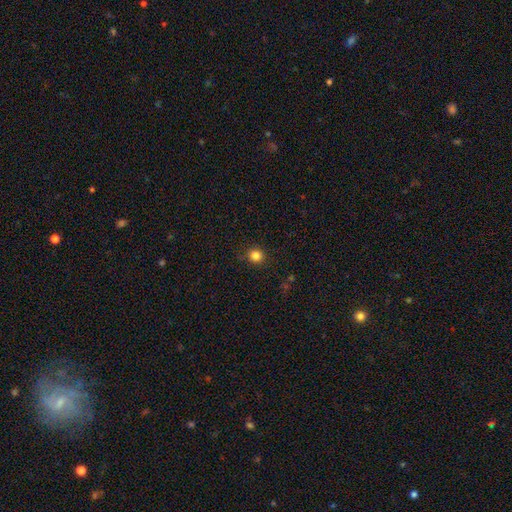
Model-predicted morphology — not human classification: A smooth galaxy with no disk features (83%) that is round (89%).

Vote fractions:
- Smooth or featured? smooth: 83% / star or artifact: 12% / featured or disk: 4%
- How rounded? round: 89% / in between: 10% / cigar-shaped: 1%
- Merging? none: 88% / minor disturbance: 8% / major disturbance: 3% / merger: 1%